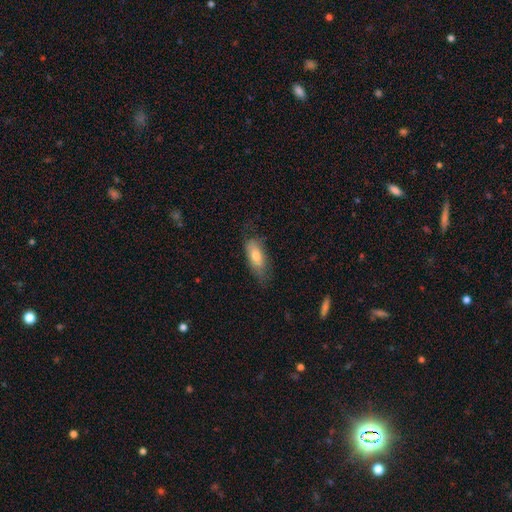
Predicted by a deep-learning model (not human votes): Smooth or featured? Predicted: smooth (p=0.71). How rounded? Predicted: in between (p=0.75). Merging? Predicted: none (p=0.60).